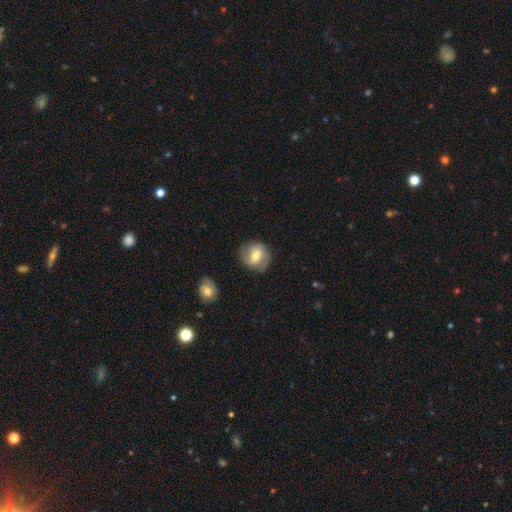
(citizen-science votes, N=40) featured or disk 78%, smooth 20%, star or artifact 2%. Down the decision tree: edge-on disk — no (100%); bar — weak (52%); spiral arms — yes (97%); spiral arm count — 2 (63%); spiral winding — medium (43%); bulge size — moderate (52%); merging — none (67%).